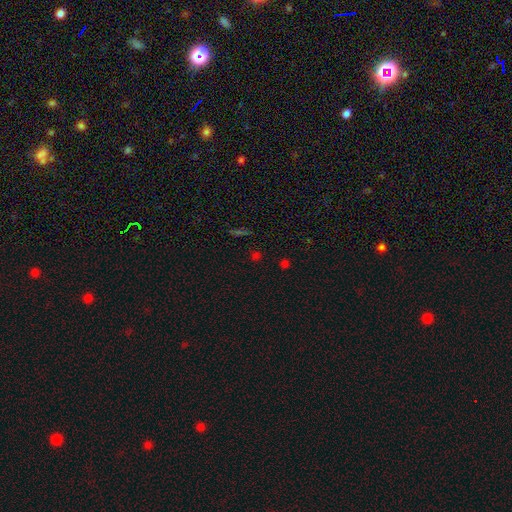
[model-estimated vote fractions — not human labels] Q: Smooth or featured?
A: star or artifact (51%); runner-up: smooth (42%)